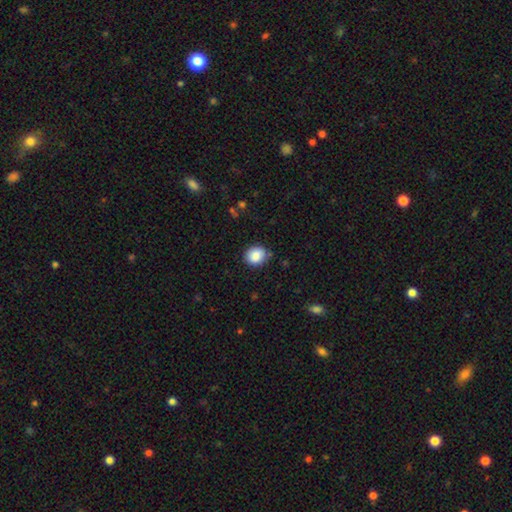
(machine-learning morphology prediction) Q: Smooth or featured?
A: smooth (87%); runner-up: star or artifact (8%)
Q: How rounded?
A: round (74%); runner-up: in between (25%)
Q: Merging?
A: none (82%); runner-up: minor disturbance (13%)